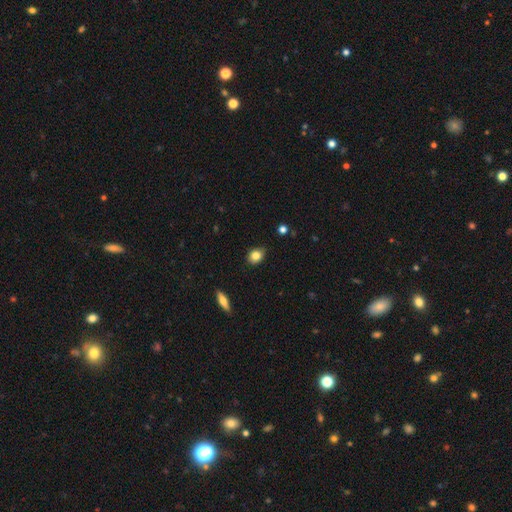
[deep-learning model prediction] This appears to be a smooth galaxy with no disk features (83%) that is in between round and cigar-shaped (57%). Merging: none (82%).